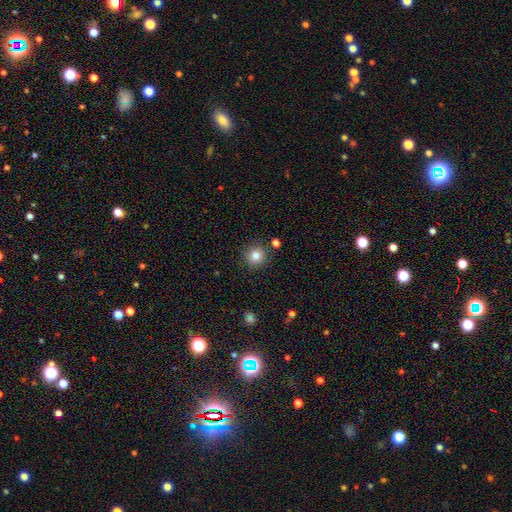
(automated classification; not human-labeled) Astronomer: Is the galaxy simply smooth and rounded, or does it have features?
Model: smooth — 83%.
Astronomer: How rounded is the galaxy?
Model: round — 93%.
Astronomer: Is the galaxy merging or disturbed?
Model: none — 87%.